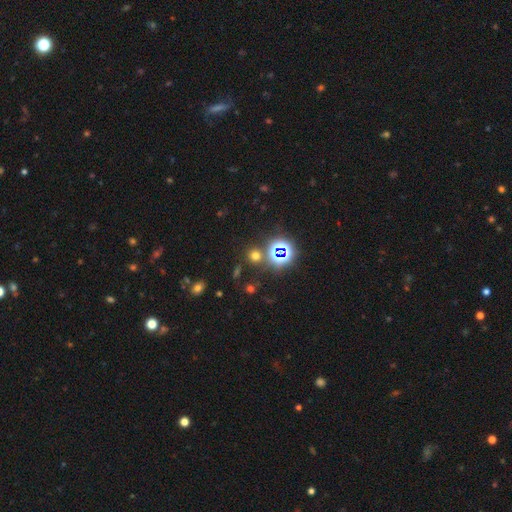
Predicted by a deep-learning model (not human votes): Smooth or featured: smooth — 54% (star or artifact — 39%)
How rounded: round — 85% (in between — 14%)
Merging: none — 79% (merger — 9%)